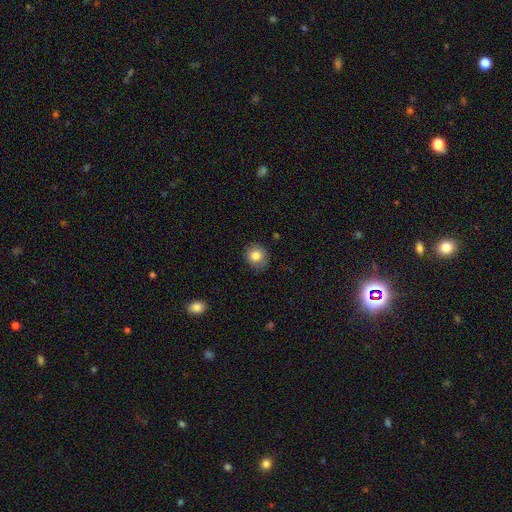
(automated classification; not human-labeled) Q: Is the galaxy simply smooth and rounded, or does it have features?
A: smooth — 82%.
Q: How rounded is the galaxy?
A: round — 80%.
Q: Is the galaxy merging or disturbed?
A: none — 80%.